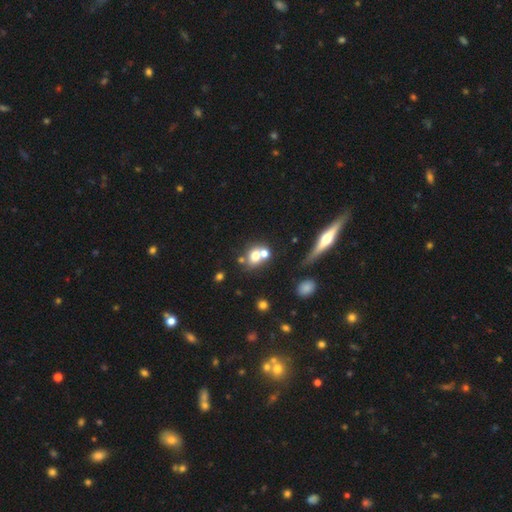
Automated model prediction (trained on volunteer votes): smooth-or-featured: smooth: 66% | featured or disk: 20% | star or artifact: 14%
  how-rounded: round: 61% | in between: 37% | cigar-shaped: 2%
  merging: merger: 50% | none: 36% | minor disturbance: 9% | major disturbance: 5%